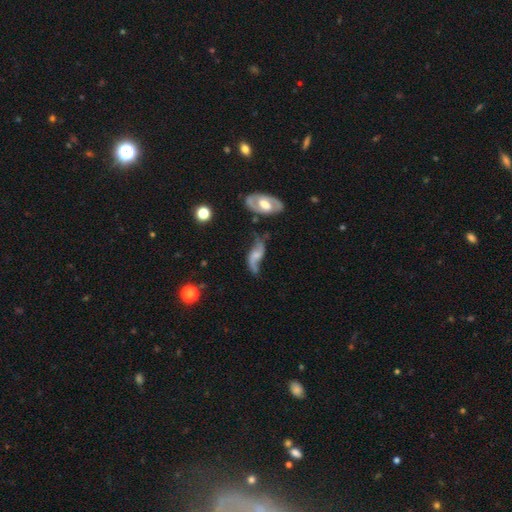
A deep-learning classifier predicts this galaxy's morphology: smooth-or-featured: featured or disk: 77% | smooth: 16% | star or artifact: 7%
  disk-edge-on: no: 93% | yes: 7%
    bar: no: 51% | weak: 39% | strong: 11%
    has-spiral-arms: yes: 90% | no: 10%
      spiral-winding: loose: 86% | medium: 11% | tight: 3%
      spiral-arm-count: 2: 88% | 1: 6% | can't tell: 3% | 3: 1% | 4: 1% | more than 4: 1%
    bulge-size: none: 37% | small: 32% | moderate: 24% | large: 6% | dominant: 2%
  merging: none: 46% | minor disturbance: 23% | major disturbance: 18% | merger: 13%